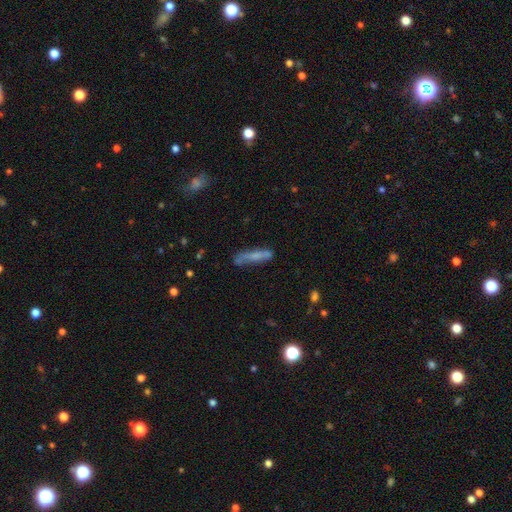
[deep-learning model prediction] Overall: smooth (58%; featured or disk 33%). How rounded: cigar-shaped (87%). Merging: none (62%; minor disturbance 23%).